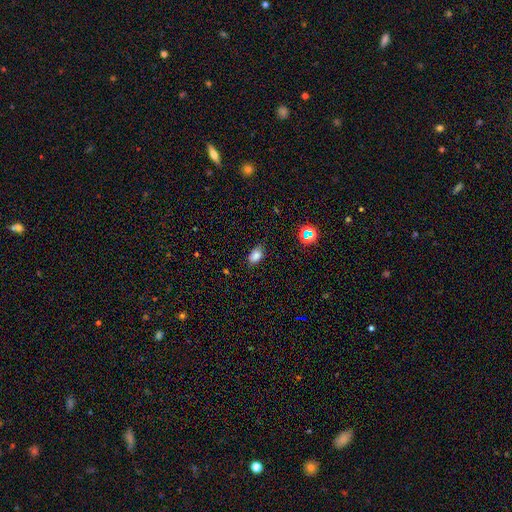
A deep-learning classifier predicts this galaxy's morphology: smooth-or-featured: smooth: 80% | star or artifact: 13% | featured or disk: 7%
  how-rounded: in between: 87% | round: 11% | cigar-shaped: 2%
  merging: none: 77% | minor disturbance: 18% | major disturbance: 4% | merger: 1%